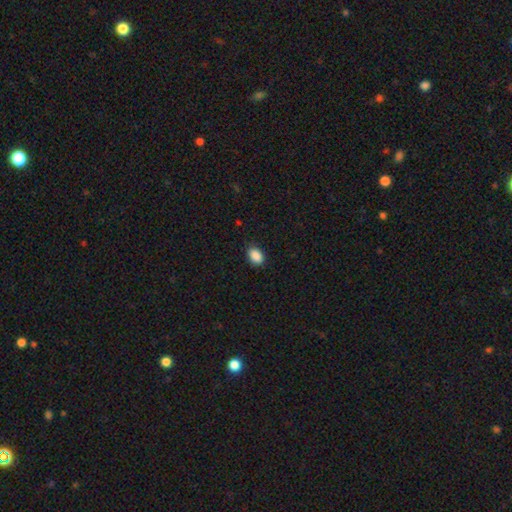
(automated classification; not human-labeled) smooth 89%, star or artifact 8%, featured or disk 3%. Down the decision tree: how rounded — in between (80%); merging — none (84%).